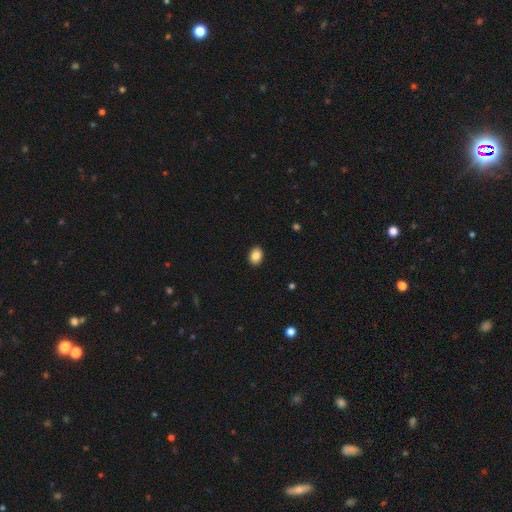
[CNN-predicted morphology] smooth_or_featured: smooth (p=0.86) [alt: star or artifact p=0.08]
how_rounded: in between (p=0.64) [alt: round p=0.35]
merging: none (p=0.91) [alt: minor disturbance p=0.06]